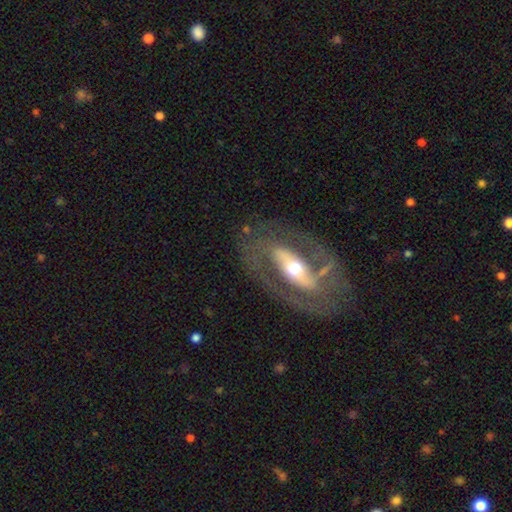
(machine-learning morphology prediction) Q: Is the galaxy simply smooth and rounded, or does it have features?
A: featured or disk — 83%.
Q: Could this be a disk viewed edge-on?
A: no — 90%.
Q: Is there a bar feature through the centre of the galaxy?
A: strong — 47%.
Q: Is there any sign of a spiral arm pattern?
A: yes — 73%.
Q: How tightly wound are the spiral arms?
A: medium — 43%.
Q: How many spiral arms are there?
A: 2 — 81%.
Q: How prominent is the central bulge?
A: moderate — 60%.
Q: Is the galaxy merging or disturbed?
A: none — 77%.